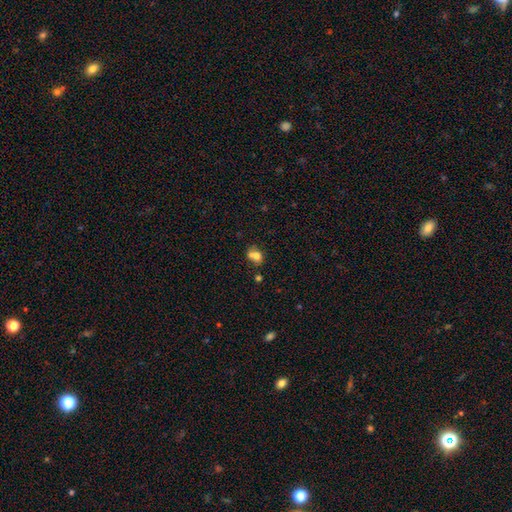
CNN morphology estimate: Smooth or featured? Predicted: smooth (p=0.72). How rounded? Predicted: round (p=0.54). Merging? Predicted: merger (p=0.53).